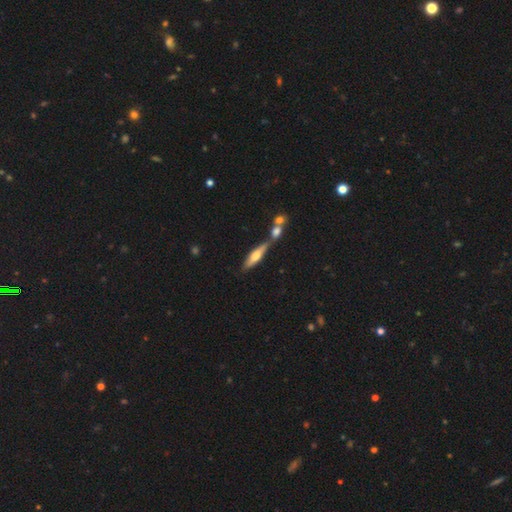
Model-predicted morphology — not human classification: A smooth galaxy with no disk features (48%).

Vote fractions:
- Smooth or featured? smooth: 48% / featured or disk: 45% / star or artifact: 7%
- Merging? none: 49% / merger: 34% / minor disturbance: 12% / major disturbance: 5%